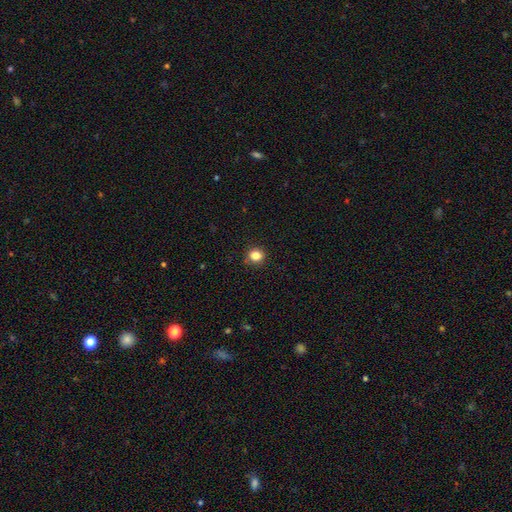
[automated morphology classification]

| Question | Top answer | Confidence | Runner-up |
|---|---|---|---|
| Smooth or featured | smooth | 83% | star or artifact (12%) |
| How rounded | round | 83% | in between (16%) |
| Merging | none | 89% | minor disturbance (8%) |